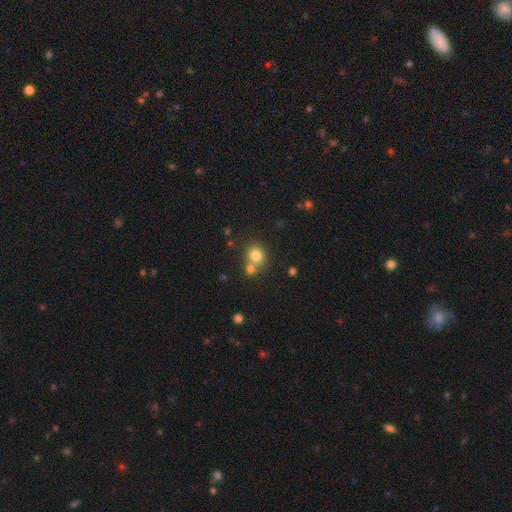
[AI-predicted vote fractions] smooth_or_featured: smooth (p=0.78) [alt: star or artifact p=0.13]
how_rounded: round (p=0.75) [alt: in between p=0.24]
merging: none (p=0.55) [alt: merger p=0.34]